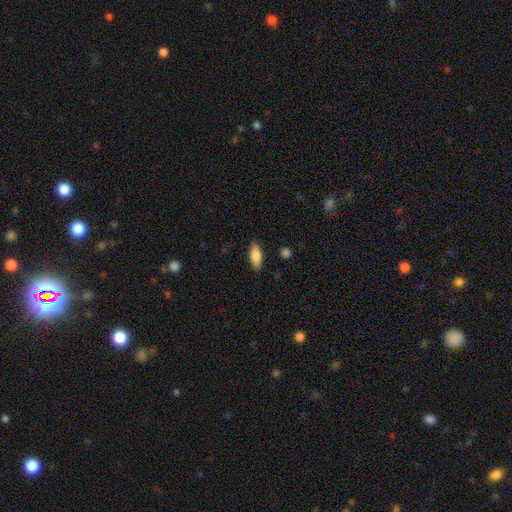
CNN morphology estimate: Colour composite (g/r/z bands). It shows a smooth galaxy with no disk features (80%) that is in between round and cigar-shaped (76%). Merging: none (85%).